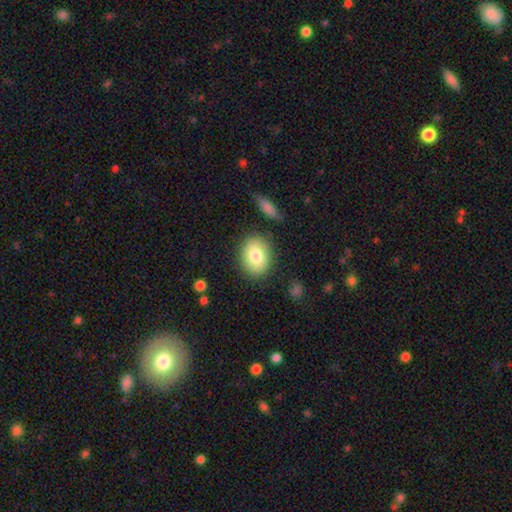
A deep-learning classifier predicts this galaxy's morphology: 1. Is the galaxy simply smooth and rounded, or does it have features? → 81% smooth, 12% featured or disk, 7% star or artifact.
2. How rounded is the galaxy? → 62% in between, 36% round, 1% cigar-shaped.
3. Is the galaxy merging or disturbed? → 82% none, 11% minor disturbance, 3% major disturbance, 3% merger.